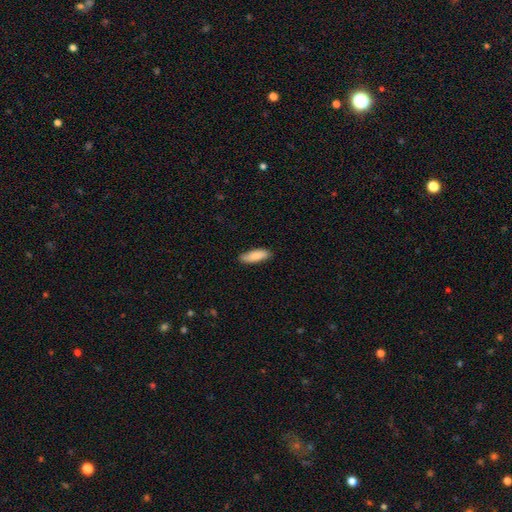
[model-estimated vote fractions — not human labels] The model was most divided on "how rounded": in between: 60%, cigar-shaped: 38%, round: 2%. More confident: smooth or featured — smooth (87%); merging — none (84%).